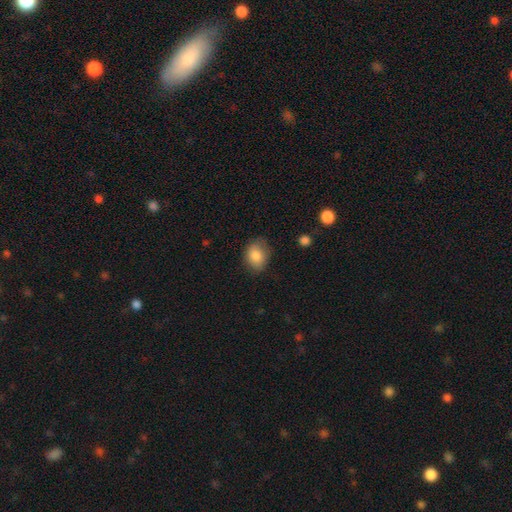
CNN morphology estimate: This appears to be a smooth galaxy with no disk features (84%) that is in between round and cigar-shaped (58%). Merging: none (74%).